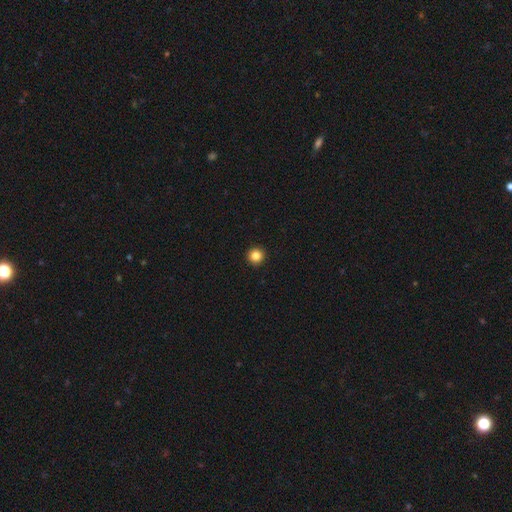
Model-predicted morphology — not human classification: Overall: smooth (84%). How rounded: round (96%). Merging: none (94%).